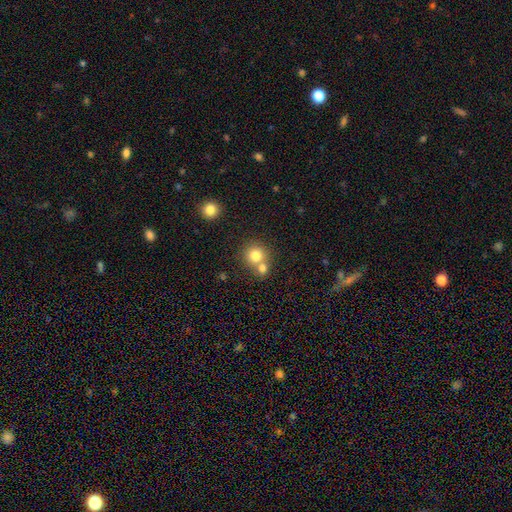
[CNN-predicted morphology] Smooth or featured? smooth (79%)
How rounded? round (89%)
Merging? none (50%)